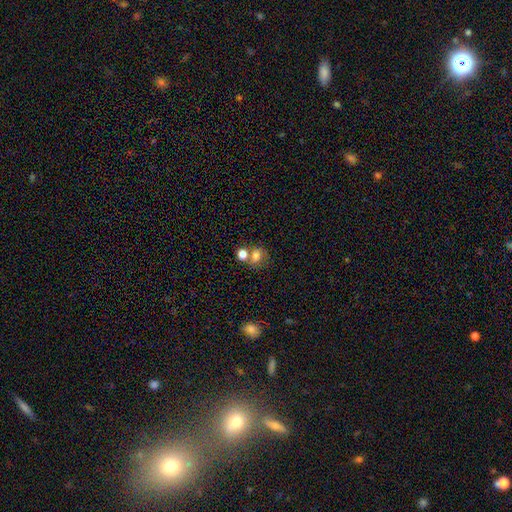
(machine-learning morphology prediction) Smooth or featured?
  - smooth: 74% *
  - star or artifact: 13%
  - featured or disk: 13%
How rounded?
  - round: 65% *
  - in between: 34%
  - cigar-shaped: 1%
Merging?
  - none: 45% *
  - merger: 36%
  - minor disturbance: 12%
  - major disturbance: 6%